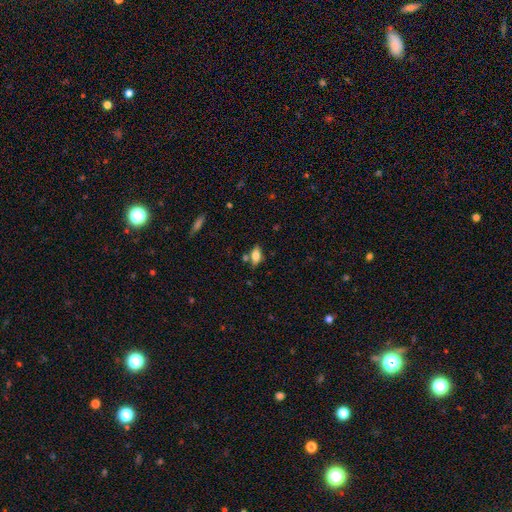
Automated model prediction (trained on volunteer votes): Smooth or featured: smooth — 73% (featured or disk — 18%)
How rounded: in between — 85% (cigar-shaped — 10%)
Merging: none — 64% (minor disturbance — 17%)